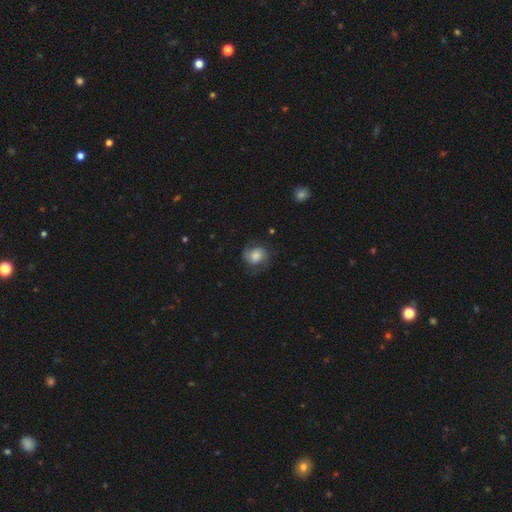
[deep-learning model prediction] A featured or disk galaxy (50%). Merging: none (66%).